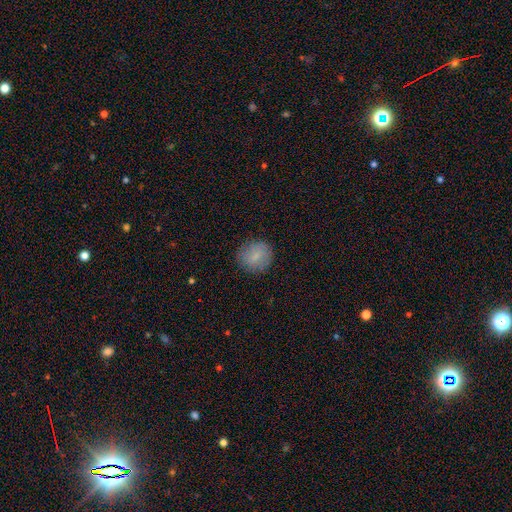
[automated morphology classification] A smooth galaxy with no disk features (81%) that is round (80%).

Vote fractions:
- Smooth or featured? smooth: 81% / featured or disk: 11% / star or artifact: 8%
- How rounded? round: 80% / in between: 19% / cigar-shaped: 1%
- Merging? none: 84% / minor disturbance: 12% / major disturbance: 3% / merger: 1%